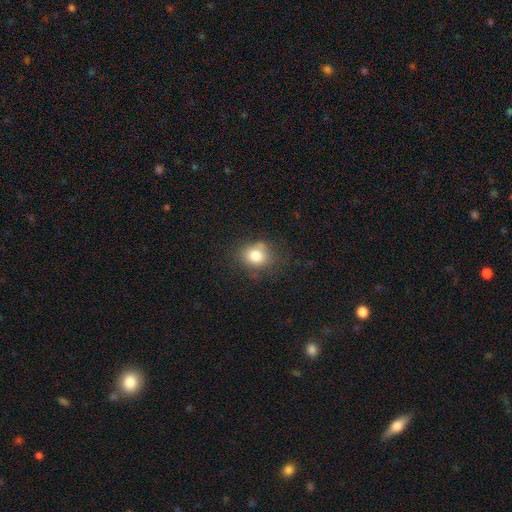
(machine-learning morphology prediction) type=smooth (79%); roundness=round (68%); merging=none (64%).